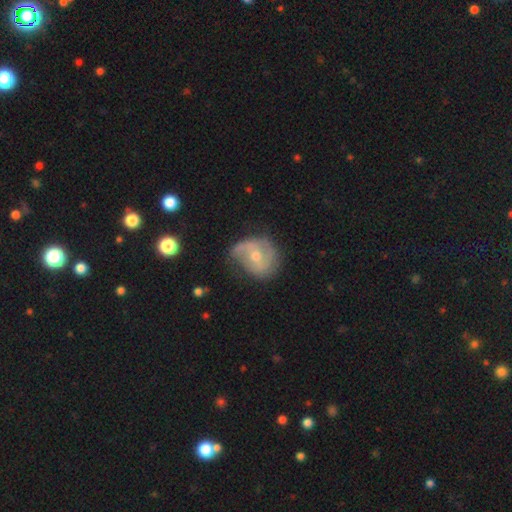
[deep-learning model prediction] featured or disk 71%, smooth 23%, star or artifact 7%. Down the decision tree: edge-on disk — no (97%); bar — no (56%); spiral arms — yes (84%); spiral arm count — 2 (64%); spiral winding — medium (44%); bulge size — moderate (56%); merging — none (52%).